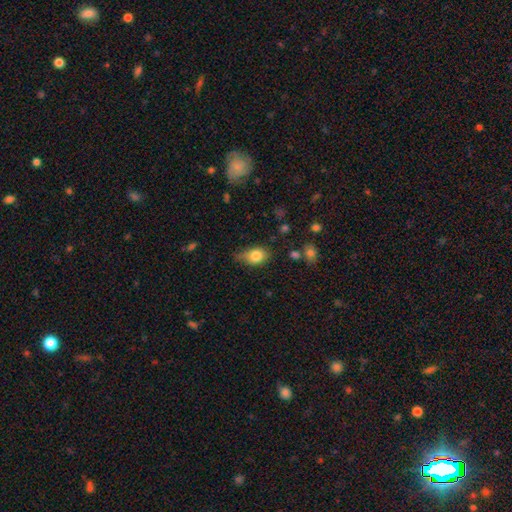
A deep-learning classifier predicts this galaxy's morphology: Smooth or featured?
  - smooth: 81% *
  - featured or disk: 10%
  - star or artifact: 9%
How rounded?
  - in between: 71% *
  - round: 27%
  - cigar-shaped: 2%
Merging?
  - none: 55% *
  - minor disturbance: 34%
  - major disturbance: 7%
  - merger: 3%